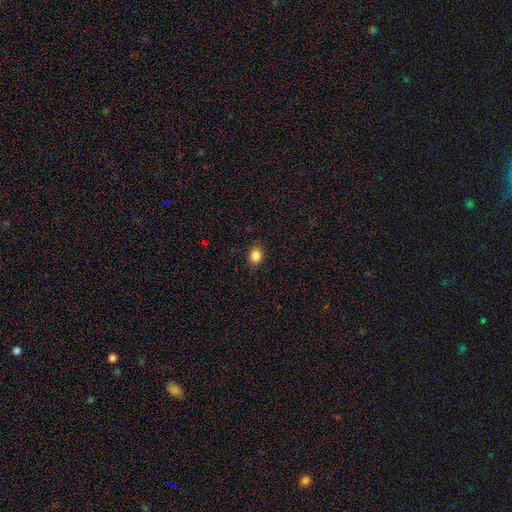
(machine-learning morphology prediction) A smooth galaxy with no disk features (86%) that is in between round and cigar-shaped (60%).

Vote fractions:
- Smooth or featured? smooth: 86% / star or artifact: 10% / featured or disk: 4%
- How rounded? in between: 60% / round: 39% / cigar-shaped: 1%
- Merging? none: 86% / minor disturbance: 10% / major disturbance: 3% / merger: 1%